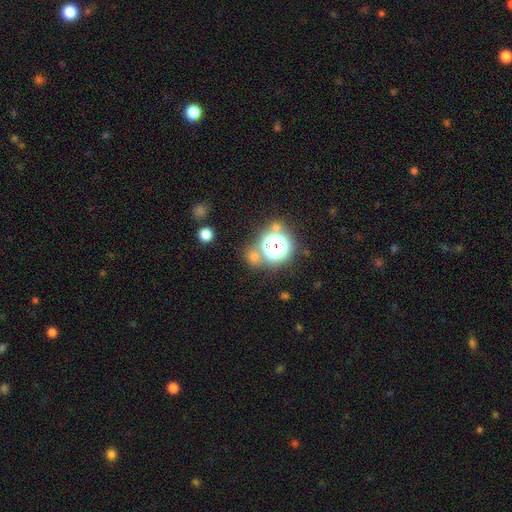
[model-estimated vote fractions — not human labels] Smooth or featured? star or artifact (62%)